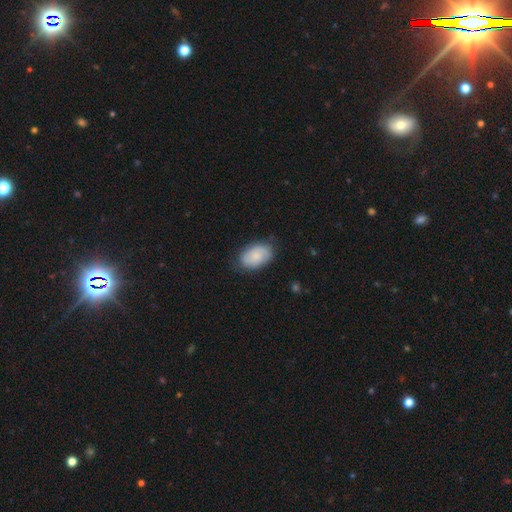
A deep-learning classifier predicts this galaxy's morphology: Smooth or featured?
  - smooth: 70% *
  - featured or disk: 24%
  - star or artifact: 7%
How rounded?
  - in between: 89% *
  - round: 10%
  - cigar-shaped: 1%
Merging?
  - none: 78% *
  - minor disturbance: 17%
  - major disturbance: 4%
  - merger: 1%